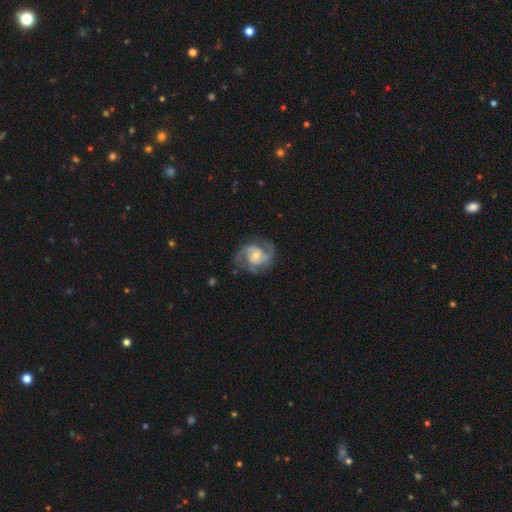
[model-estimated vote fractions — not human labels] A featured or disk galaxy (88%) with no bar (59%), 2 (69%) medium (55%) spiral arms (97%) and a moderate central bulge (49%).

Vote fractions:
- Smooth or featured? featured or disk: 88% / smooth: 7% / star or artifact: 5%
- Edge-on disk? no: 98% / yes: 2%
- Bar? no: 59% / weak: 33% / strong: 8%
- Spiral arms? yes: 97% / no: 3%
- Spiral winding? medium: 55% / tight: 28% / loose: 16%
- Spiral arm count? 2: 69% / 3: 17% / can't tell: 6% / 1: 3% / 4: 3% / more than 4: 2%
- Bulge size? moderate: 49% / small: 44% / large: 4% / none: 2% / dominant: 1%
- Merging? none: 72% / minor disturbance: 17% / major disturbance: 9% / merger: 1%